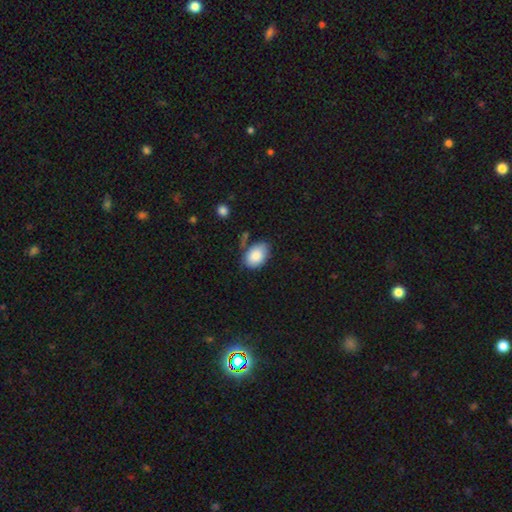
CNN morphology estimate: smooth 86%, featured or disk 7%, star or artifact 7%. Down the decision tree: how rounded — in between (86%); merging — none (63%).